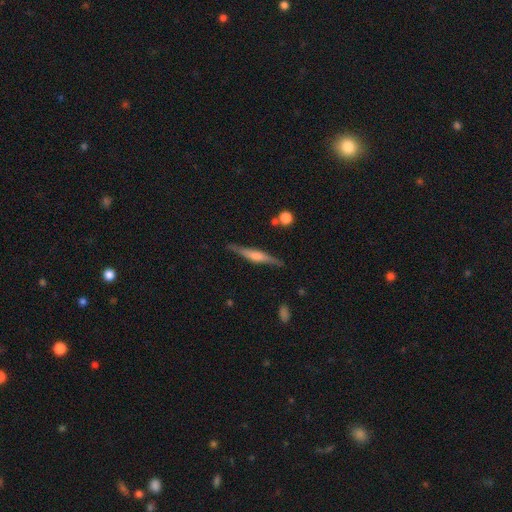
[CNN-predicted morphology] A featured or disk galaxy (66%) viewed edge-on (96%) with a rounded central bulge (51%).

Vote fractions:
- Smooth or featured? featured or disk: 66% / smooth: 28% / star or artifact: 6%
- Edge-on disk? yes: 96% / no: 4%
- Edge-on bulge? rounded: 51% / boxy: 37% / none: 12%
- Merging? none: 85% / minor disturbance: 11% / major disturbance: 2% / merger: 2%